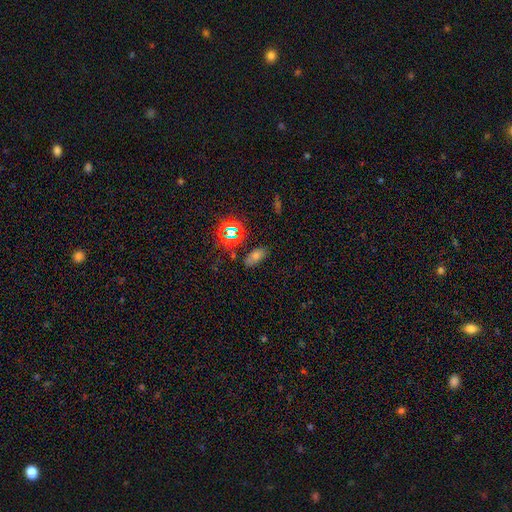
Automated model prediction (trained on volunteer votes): Smooth or featured: smooth — 49% (star or artifact — 34%)
Merging: none — 81% (minor disturbance — 12%)